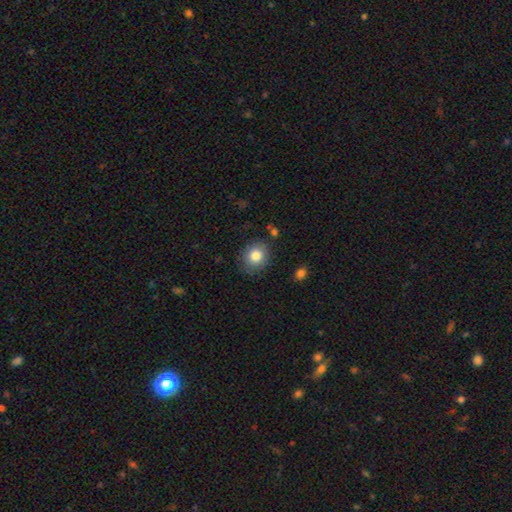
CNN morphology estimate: This is clearly a smooth galaxy (83%). How rounded: likely round (76%). Merging: clearly none (83%).